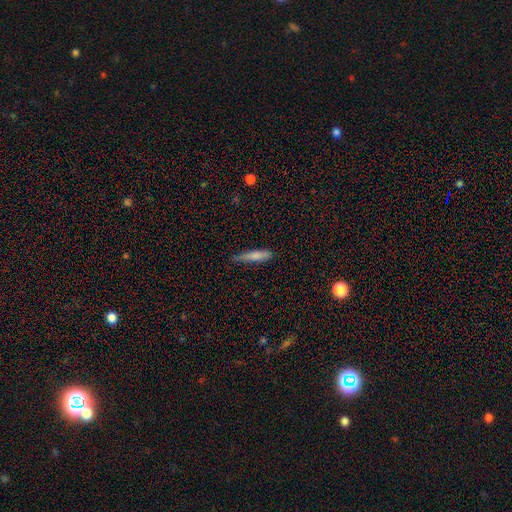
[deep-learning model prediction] The model was most divided on "merging": none: 66%, minor disturbance: 27%, major disturbance: 5%, merger: 2%. More confident: how rounded — cigar-shaped (82%); smooth or featured — smooth (77%).